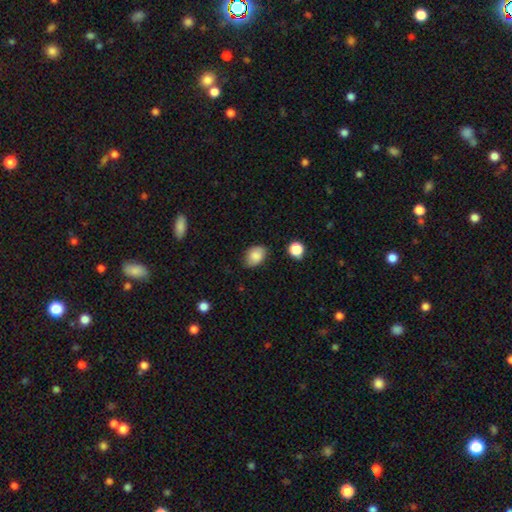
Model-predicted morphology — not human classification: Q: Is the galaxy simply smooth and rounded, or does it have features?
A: smooth — 85%.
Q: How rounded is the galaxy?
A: in between — 78%.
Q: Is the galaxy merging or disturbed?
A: none — 77%.